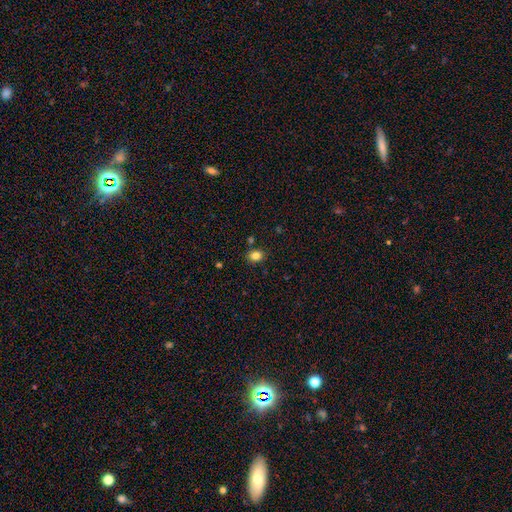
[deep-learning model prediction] Smooth or featured? Predicted: smooth (p=0.82). How rounded? Predicted: in between (p=0.50). Merging? Predicted: none (p=0.84).